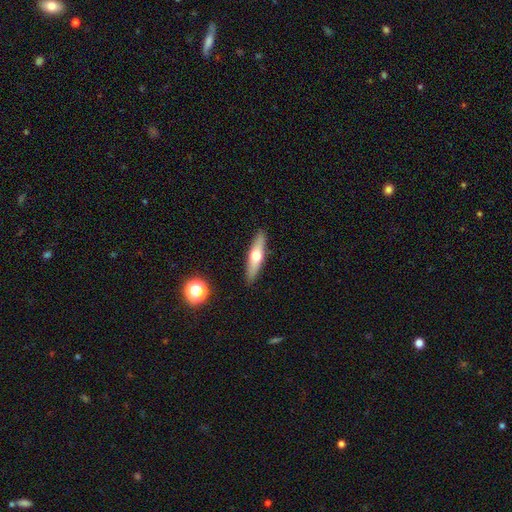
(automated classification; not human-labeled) This appears to be a featured or disk galaxy (48%). Merging: none (90%).